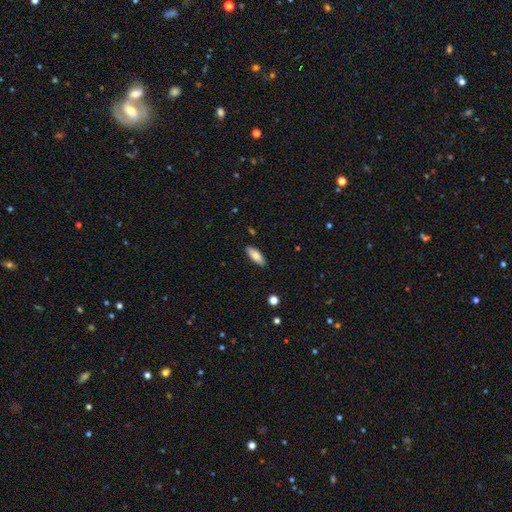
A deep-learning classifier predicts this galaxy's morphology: This appears to be a smooth galaxy with no disk features (83%) that is in between round and cigar-shaped (73%). Merging: none (87%).